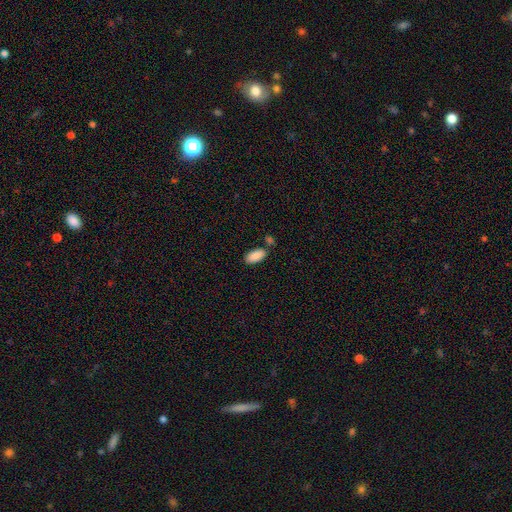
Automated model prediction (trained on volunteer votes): A smooth galaxy with no disk features (89%) that is in between round and cigar-shaped (92%). Merging: none (74%).